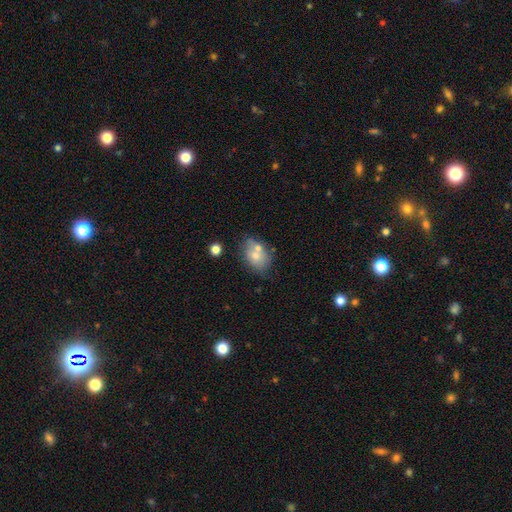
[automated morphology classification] type=smooth (66%); roundness=in between (71%); merging=none (50%).